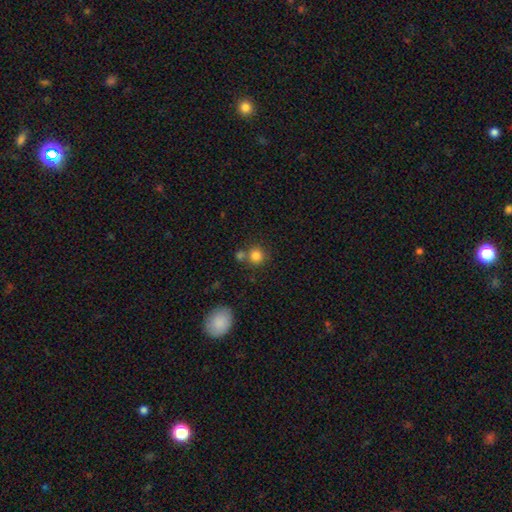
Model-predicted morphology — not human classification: type=smooth (81%); roundness=round (90%); merging=none (65%).